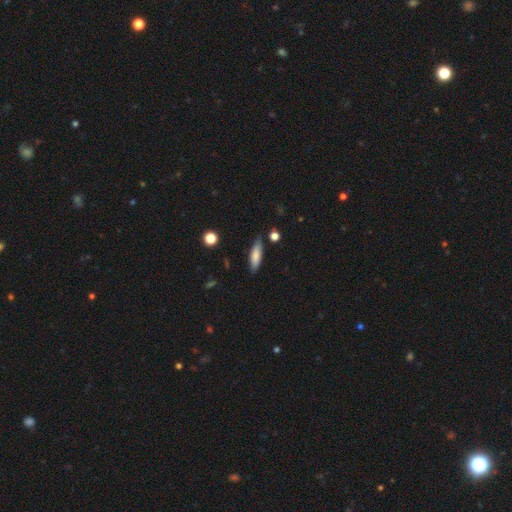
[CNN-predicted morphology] smooth_or_featured: smooth (p=0.78) [alt: featured or disk p=0.15]
how_rounded: cigar-shaped (p=0.56) [alt: in between p=0.42]
merging: none (p=0.80) [alt: minor disturbance p=0.15]